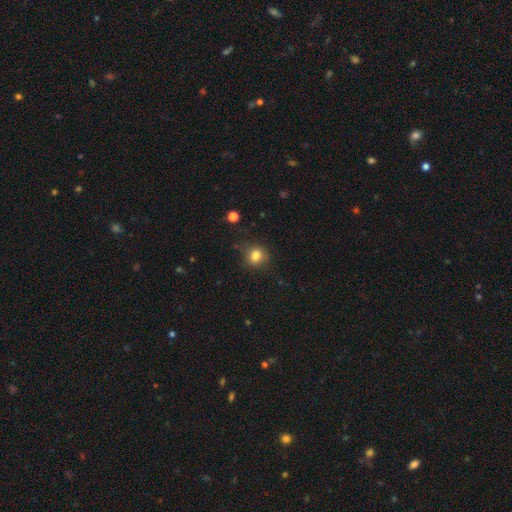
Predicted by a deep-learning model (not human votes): The model was most divided on "how rounded": round: 79%, in between: 20%, cigar-shaped: 1%. More confident: smooth or featured — smooth (81%); merging — none (81%).